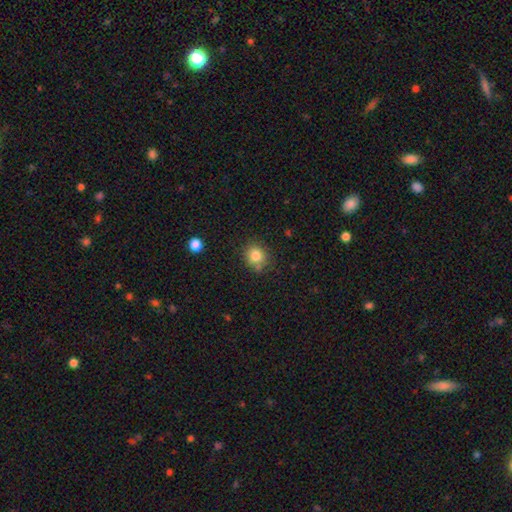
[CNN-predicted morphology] Overall: smooth (82%). How rounded: round (83%). Merging: none (76%).